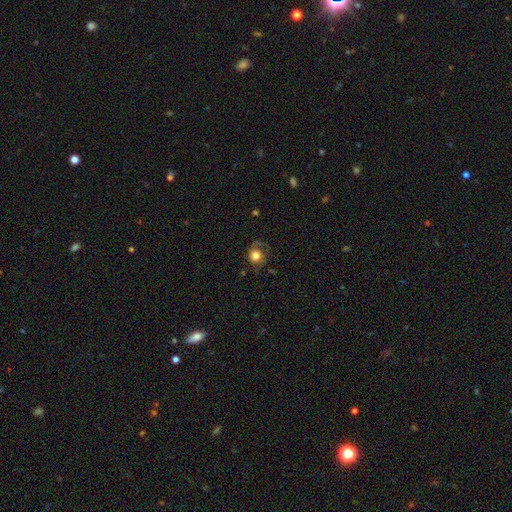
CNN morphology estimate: Smooth or featured?
  - smooth: 78% *
  - featured or disk: 11%
  - star or artifact: 11%
How rounded?
  - round: 86% *
  - in between: 13%
  - cigar-shaped: 1%
Merging?
  - none: 64% *
  - minor disturbance: 21%
  - major disturbance: 12%
  - merger: 2%